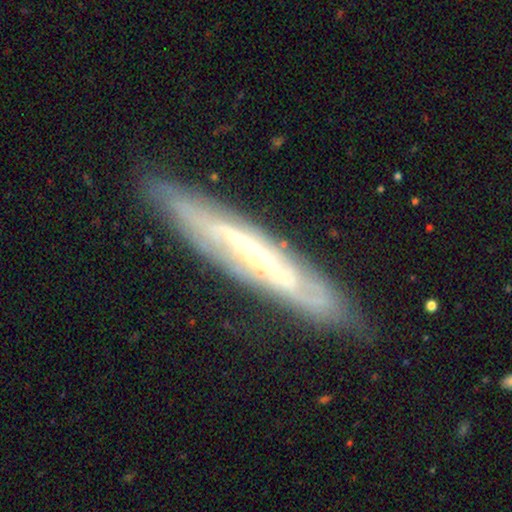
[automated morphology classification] Smooth or featured: featured or disk — 79% (smooth — 14%)
Edge-on disk: yes — 56% (no — 44%)
Merging: none — 83% (minor disturbance — 13%)